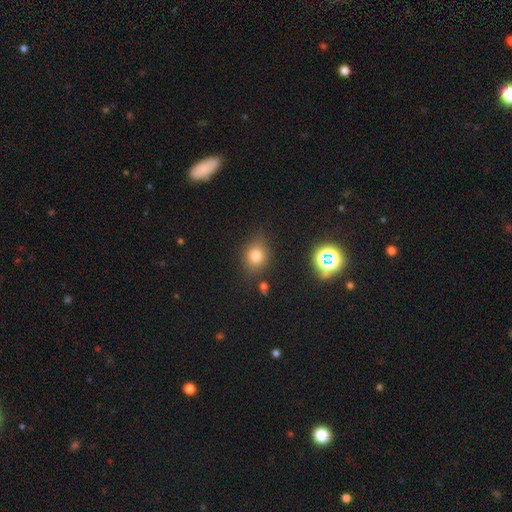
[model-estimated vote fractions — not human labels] A smooth galaxy with no disk features (77%) that is round (54%). Merging: none (76%).